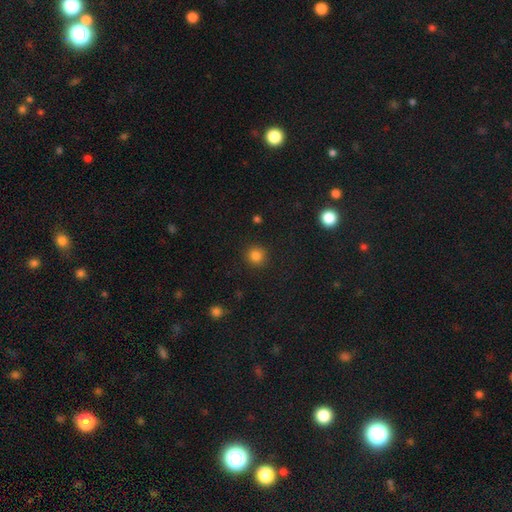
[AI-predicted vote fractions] The model was most divided on "smooth or featured": smooth: 83%, star or artifact: 13%, featured or disk: 5%. More confident: how rounded — round (92%); merging — none (90%).